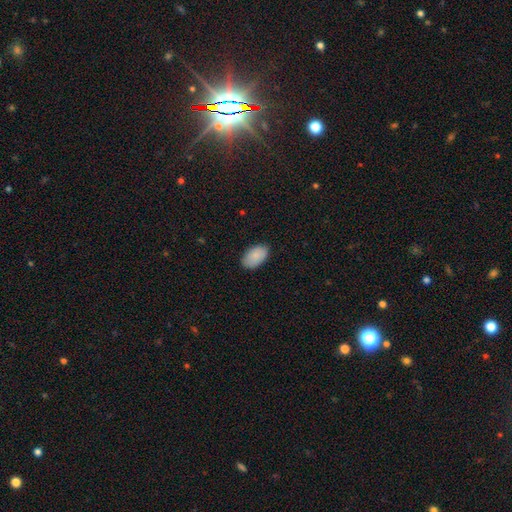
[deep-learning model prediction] smooth 89%, star or artifact 6%, featured or disk 5%. Down the decision tree: how rounded — in between (94%); merging — none (83%).